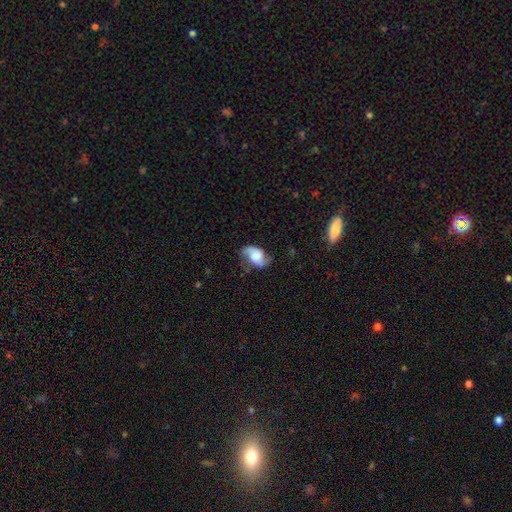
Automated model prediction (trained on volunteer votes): Smooth or featured? Predicted: featured or disk (p=0.58). Edge-on disk? Predicted: no (p=0.97). Bar? Predicted: no (p=0.63). Spiral arms? Predicted: yes (p=0.90). Spiral winding? Predicted: loose (p=0.51). Spiral arm count? Predicted: 2 (p=0.85). Bulge size? Predicted: large (p=0.36). Merging? Predicted: none (p=0.61).